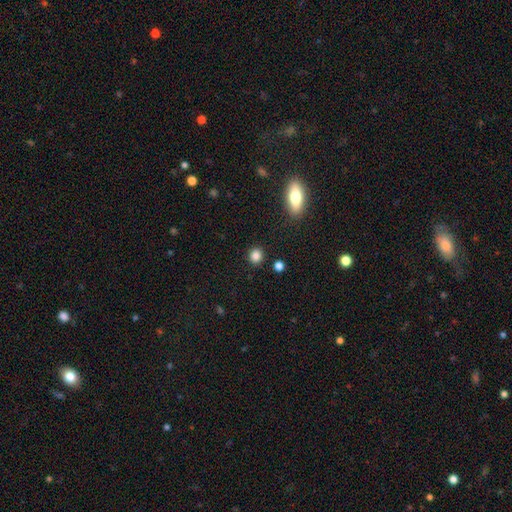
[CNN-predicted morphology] smooth_or_featured: smooth (p=0.85) [alt: star or artifact p=0.11]
how_rounded: round (p=0.82) [alt: in between p=0.16]
merging: none (p=0.89) [alt: minor disturbance p=0.07]